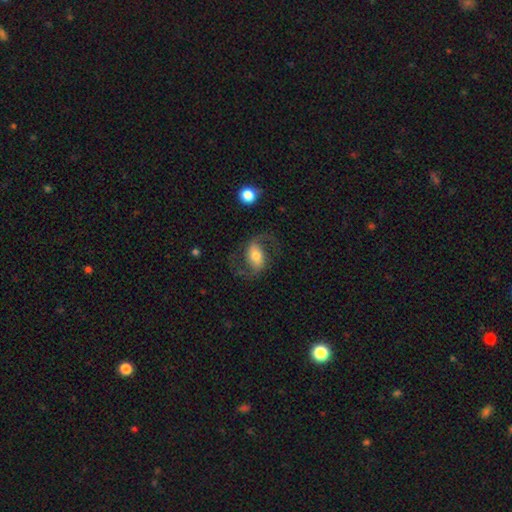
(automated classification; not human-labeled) Q: Smooth or featured?
A: featured or disk (75%); runner-up: smooth (18%)
Q: Edge-on disk?
A: no (97%); runner-up: yes (3%)
Q: Bar?
A: weak (39%); runner-up: strong (32%)
Q: Spiral arms?
A: yes (93%); runner-up: no (7%)
Q: Spiral winding?
A: loose (49%); runner-up: medium (43%)
Q: Spiral arm count?
A: 2 (92%); runner-up: can't tell (3%)
Q: Bulge size?
A: moderate (61%); runner-up: small (21%)
Q: Merging?
A: none (71%); runner-up: minor disturbance (14%)